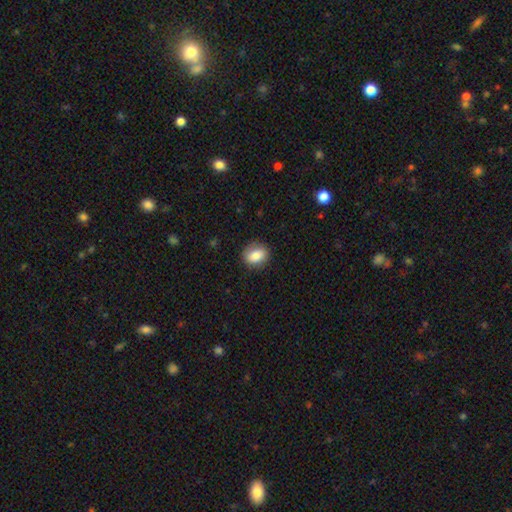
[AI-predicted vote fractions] Smooth or featured: smooth — 83% (featured or disk — 9%)
How rounded: round — 52% (in between — 47%)
Merging: none — 84% (minor disturbance — 12%)